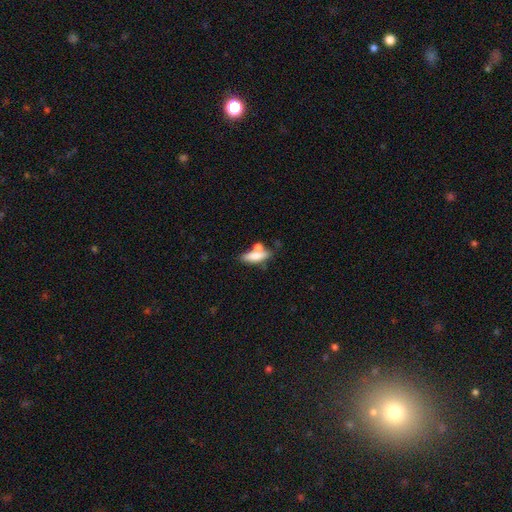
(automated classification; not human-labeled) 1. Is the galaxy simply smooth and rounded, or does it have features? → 72% smooth, 20% featured or disk, 8% star or artifact.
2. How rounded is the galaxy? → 54% in between, 42% cigar-shaped, 4% round.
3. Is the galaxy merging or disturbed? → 49% none, 29% merger, 15% minor disturbance, 6% major disturbance.